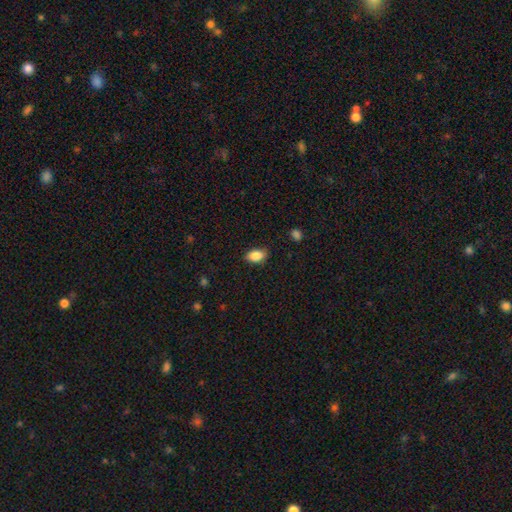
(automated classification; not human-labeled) This appears to be a smooth galaxy with no disk features (88%) that is in between round and cigar-shaped (91%). Merging: none (84%).